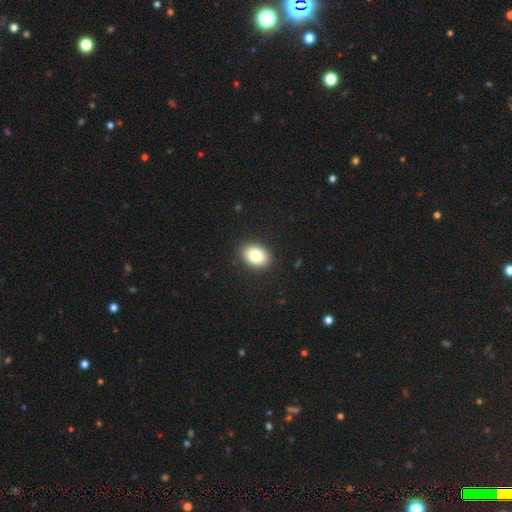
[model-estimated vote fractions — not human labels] smooth-or-featured: smooth: 81% | featured or disk: 10% | star or artifact: 9%
  how-rounded: in between: 73% | round: 26% | cigar-shaped: 1%
  merging: none: 90% | minor disturbance: 7% | major disturbance: 2% | merger: 1%